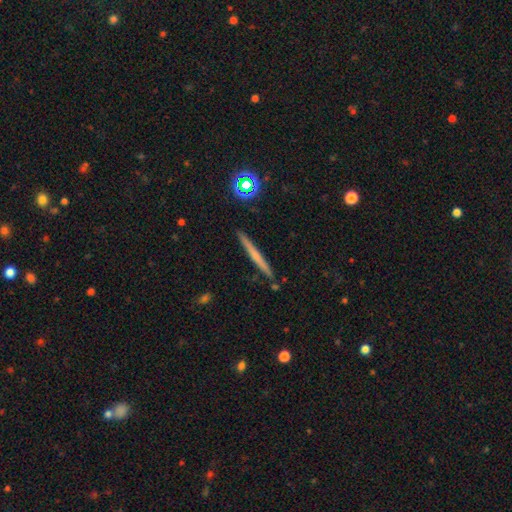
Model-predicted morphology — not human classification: Smooth or featured: smooth — 46% (featured or disk — 45%)
Merging: none — 90% (minor disturbance — 7%)